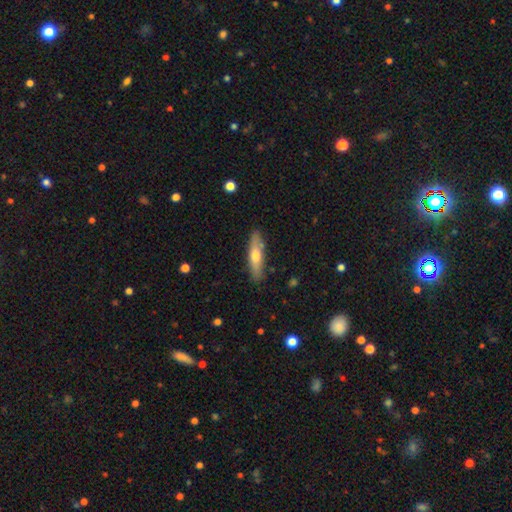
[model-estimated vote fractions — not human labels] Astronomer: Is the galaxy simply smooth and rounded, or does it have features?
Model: smooth — 58% (runner-up: featured or disk, 36%).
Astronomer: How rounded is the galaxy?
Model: cigar-shaped — 71%.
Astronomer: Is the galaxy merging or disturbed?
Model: none — 84%.